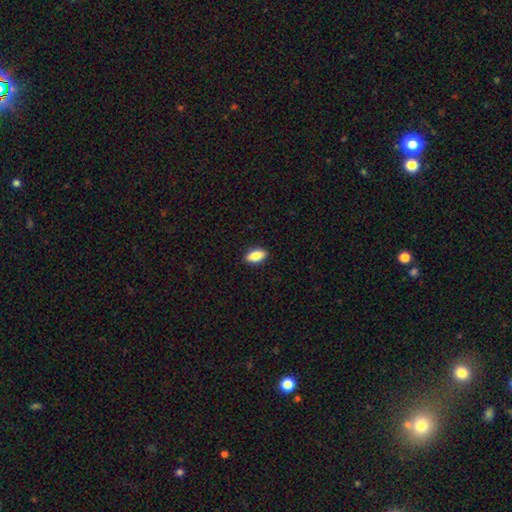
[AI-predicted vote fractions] smooth 82%, featured or disk 10%, star or artifact 7%. Down the decision tree: how rounded — in between (89%); merging — none (89%).